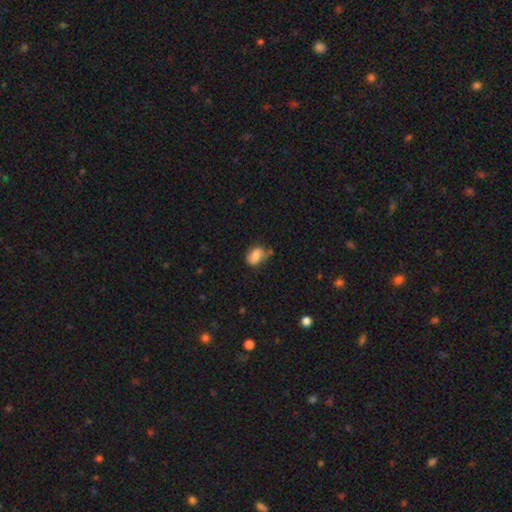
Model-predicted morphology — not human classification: Smooth or featured: smooth — 76% (featured or disk — 15%)
How rounded: in between — 76% (round — 23%)
Merging: none — 50% (minor disturbance — 32%)